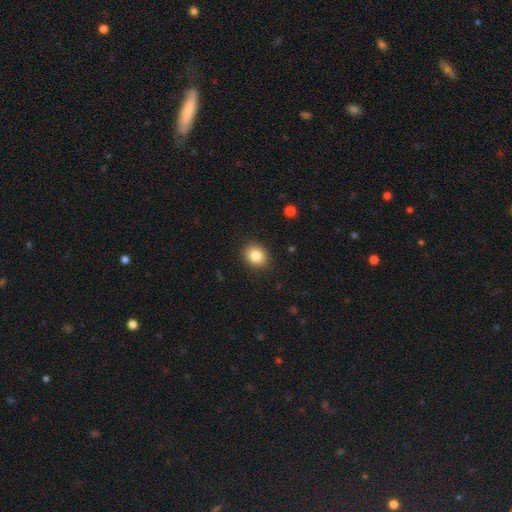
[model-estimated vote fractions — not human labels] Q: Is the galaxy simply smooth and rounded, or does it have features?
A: smooth — 83%.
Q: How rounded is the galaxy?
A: round — 66%.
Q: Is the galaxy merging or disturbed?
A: none — 89%.